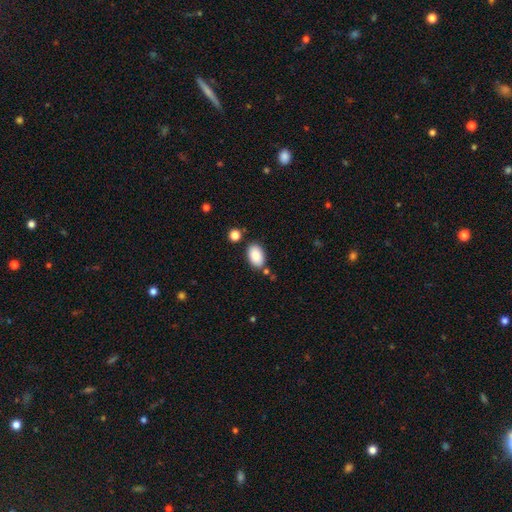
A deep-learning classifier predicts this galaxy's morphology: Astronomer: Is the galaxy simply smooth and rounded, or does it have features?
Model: smooth — 88%.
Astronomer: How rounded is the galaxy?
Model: in between — 92%.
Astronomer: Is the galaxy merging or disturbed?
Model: none — 79%.